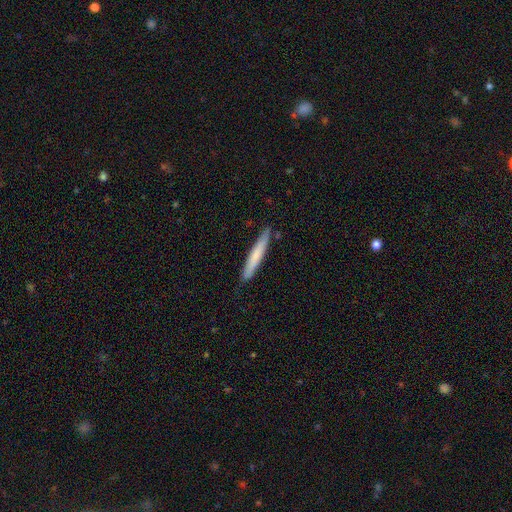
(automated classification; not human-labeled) A smooth galaxy with no disk features (66%) that is cigar-shaped (95%). Merging: none (86%).